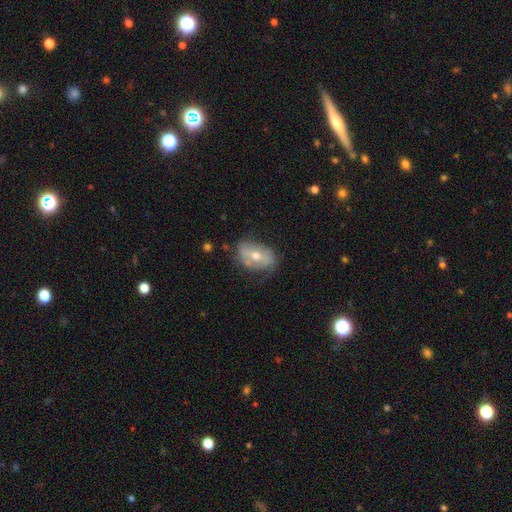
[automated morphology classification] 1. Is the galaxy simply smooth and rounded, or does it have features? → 57% featured or disk, 34% smooth, 9% star or artifact.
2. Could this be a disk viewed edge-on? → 92% no, 8% yes.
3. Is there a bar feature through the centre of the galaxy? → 51% no, 29% weak, 20% strong.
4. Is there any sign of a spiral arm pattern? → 54% no, 46% yes.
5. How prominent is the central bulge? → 71% moderate, 24% small, 3% large, 1% none, 1% dominant.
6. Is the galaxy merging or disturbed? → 63% none, 26% minor disturbance, 9% major disturbance, 2% merger.